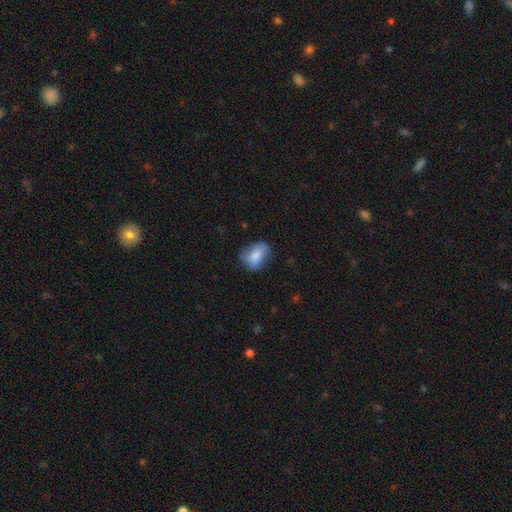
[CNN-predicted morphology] This appears to be a smooth galaxy with no disk features (69%) that is in between round and cigar-shaped (70%). Merging: none (59%).